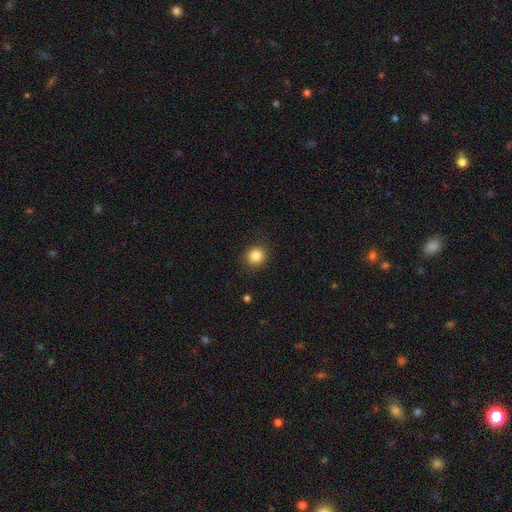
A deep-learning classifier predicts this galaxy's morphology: Smooth or featured?
  - smooth: 85% *
  - star or artifact: 10%
  - featured or disk: 5%
How rounded?
  - round: 89% *
  - in between: 10%
  - cigar-shaped: 1%
Merging?
  - none: 90% *
  - minor disturbance: 7%
  - major disturbance: 2%
  - merger: 1%